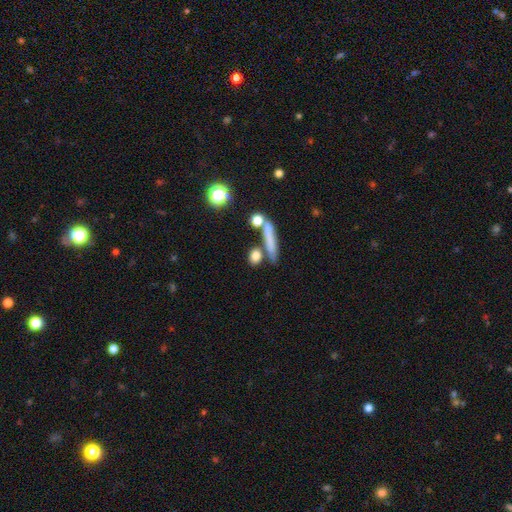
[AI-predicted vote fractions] Smooth or featured: smooth — 76% (featured or disk — 13%)
How rounded: cigar-shaped — 38% (tied with round — 38%)
Merging: none — 69% (merger — 15%)